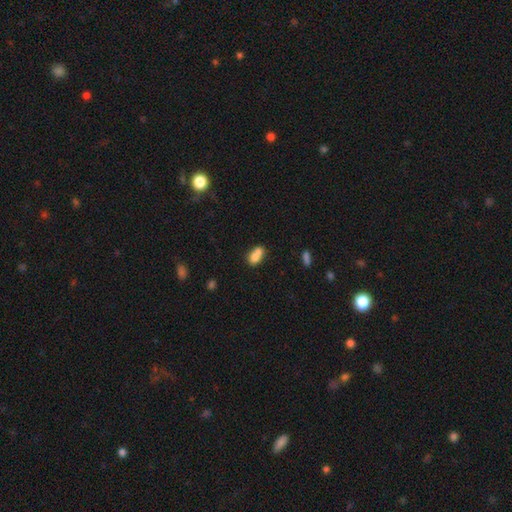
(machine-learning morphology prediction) This appears to be a smooth galaxy with no disk features (75%) that is in between round and cigar-shaped (75%). Merging: merger (53%).